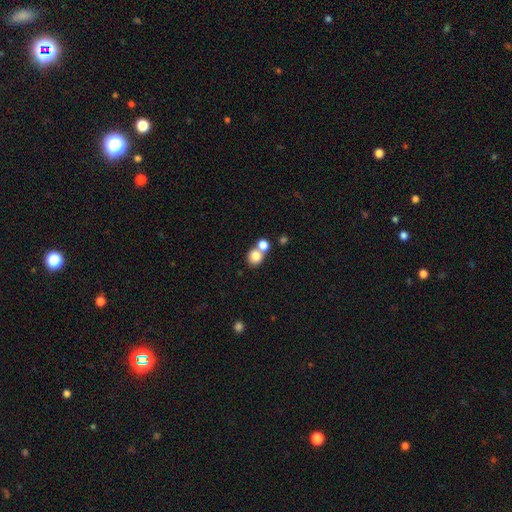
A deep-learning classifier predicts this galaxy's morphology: A smooth galaxy with no disk features (80%) that is round (77%).

Vote fractions:
- Smooth or featured? smooth: 80% / star or artifact: 10% / featured or disk: 9%
- How rounded? round: 77% / in between: 22% / cigar-shaped: 1%
- Merging? merger: 45% (tied) / none: 45% (tied) / minor disturbance: 7% / major disturbance: 3%